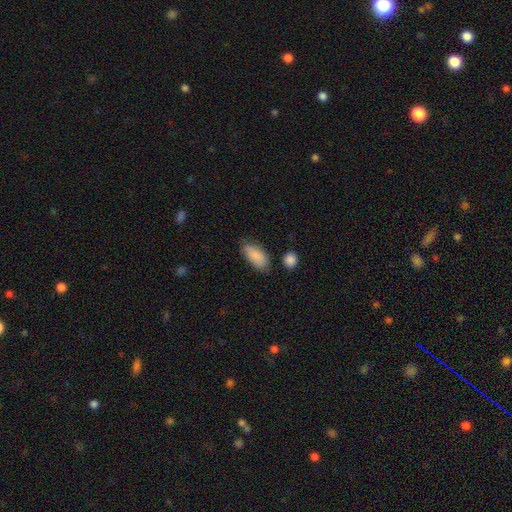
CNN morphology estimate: The model was most divided on "merging": none: 72%, minor disturbance: 20%, major disturbance: 4%, merger: 4%. More confident: how rounded — in between (90%); smooth or featured — smooth (87%).